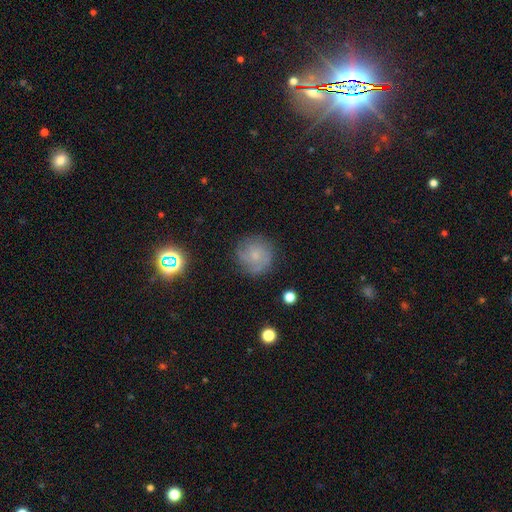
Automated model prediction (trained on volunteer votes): The model was most divided on "smooth or featured": featured or disk: 44%, smooth: 43%, star or artifact: 12%. More confident: merging — none (77%).